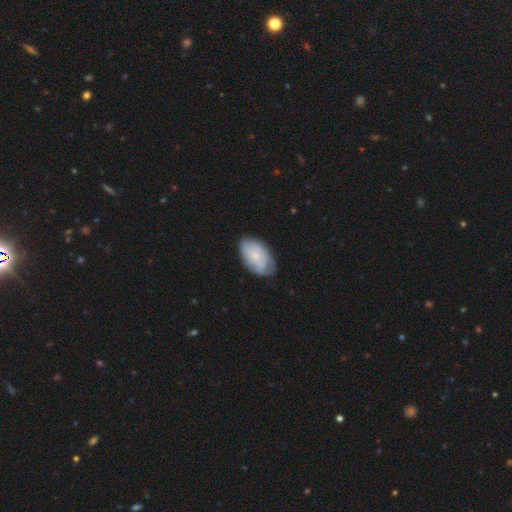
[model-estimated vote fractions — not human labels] Q: Smooth or featured?
A: smooth (56%); runner-up: featured or disk (38%)
Q: How rounded?
A: in between (92%); runner-up: round (7%)
Q: Merging?
A: none (69%); runner-up: minor disturbance (24%)